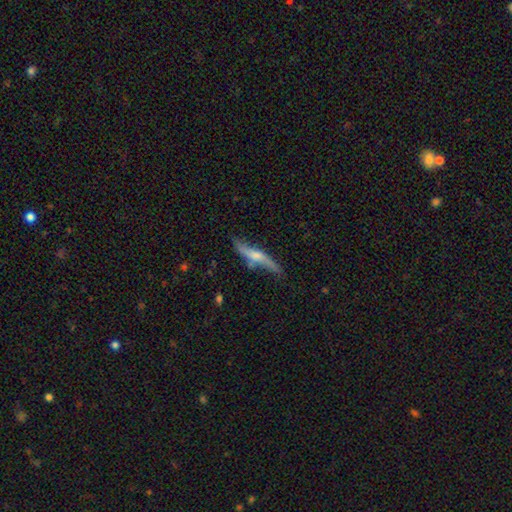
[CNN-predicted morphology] Overall: featured or disk (64%; smooth 30%). Edge-on disk: yes (78%). Edge-on bulge: rounded (71%). Merging: none (62%; minor disturbance 24%).